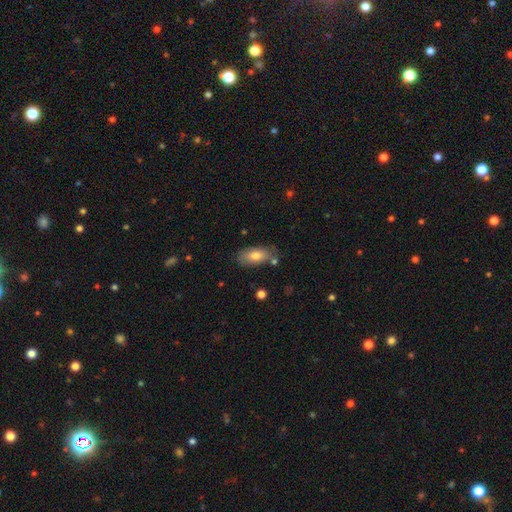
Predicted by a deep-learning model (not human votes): The model was most divided on "merging": none: 70%, minor disturbance: 19%, merger: 6%, major disturbance: 4%. More confident: how rounded — in between (89%); smooth or featured — smooth (76%).